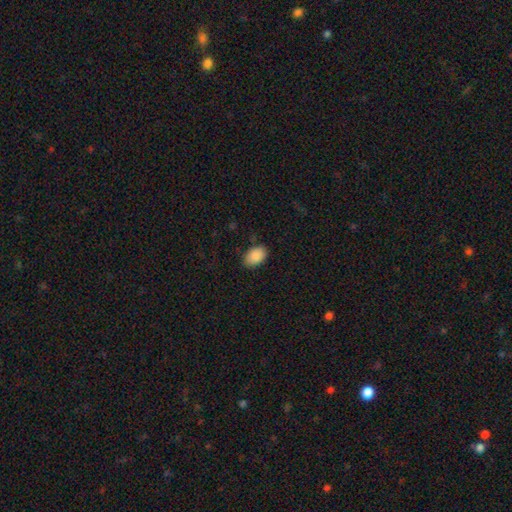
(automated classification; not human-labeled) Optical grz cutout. It shows a smooth galaxy with no disk features (89%) that is in between round and cigar-shaped (89%). Merging: none (82%).